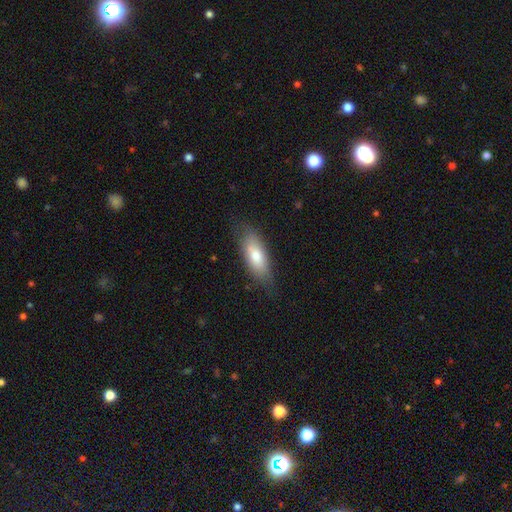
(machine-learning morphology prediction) The model was most divided on "how rounded": in between: 74%, cigar-shaped: 24%, round: 2%. More confident: merging — none (74%); smooth or featured — smooth (74%).